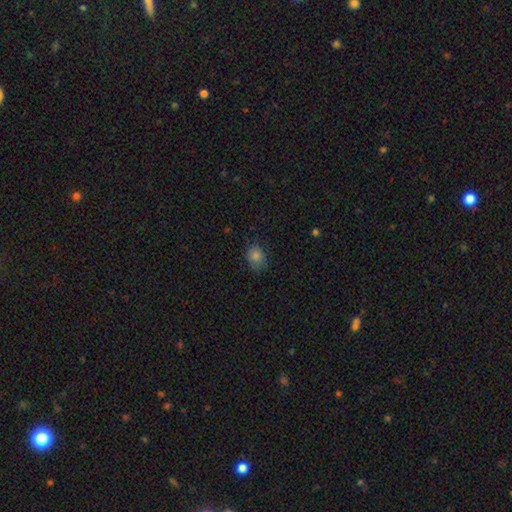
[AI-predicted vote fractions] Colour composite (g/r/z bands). It shows a smooth galaxy with no disk features (81%) that is round (53%). Merging: none (77%).